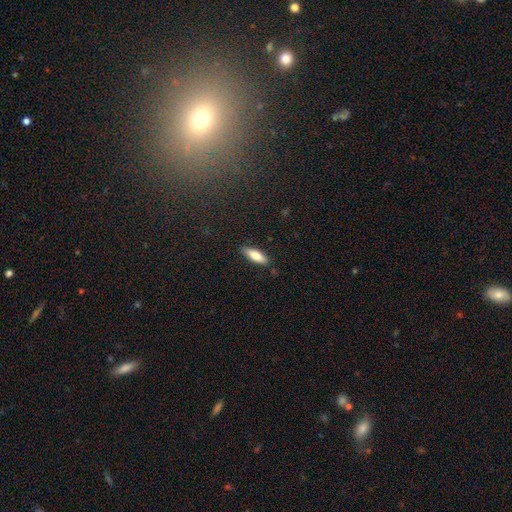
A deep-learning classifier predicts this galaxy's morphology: smooth_or_featured: smooth (p=0.79) [alt: featured or disk p=0.15]
how_rounded: in between (p=0.58) [alt: cigar-shaped p=0.40]
merging: none (p=0.86) [alt: minor disturbance p=0.10]